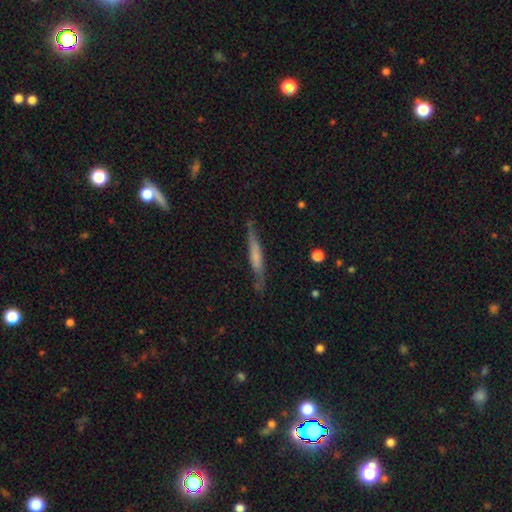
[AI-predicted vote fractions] Morphology: type=smooth (48%); merging=none (73%).